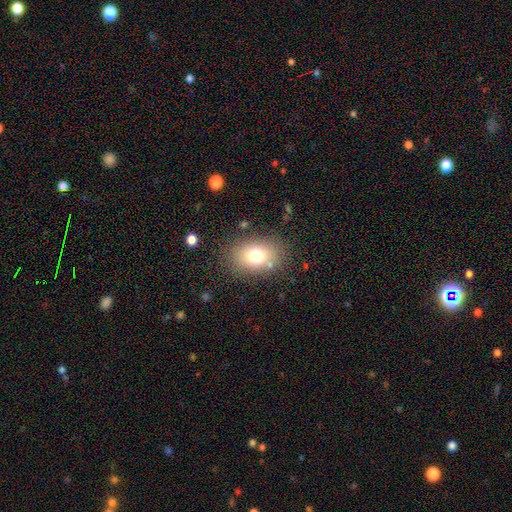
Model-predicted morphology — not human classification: Q: Smooth or featured?
A: smooth (74%); runner-up: featured or disk (14%)
Q: How rounded?
A: in between (69%); runner-up: round (29%)
Q: Merging?
A: none (79%); runner-up: minor disturbance (13%)